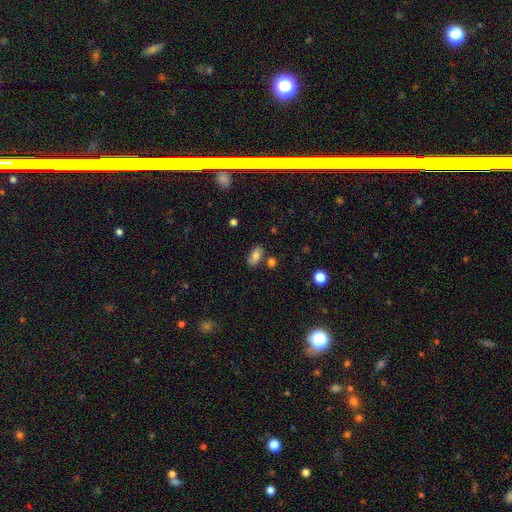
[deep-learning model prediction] This is likely a smooth galaxy (74%). How rounded: clearly in between (90%). Merging: likely none (72%).